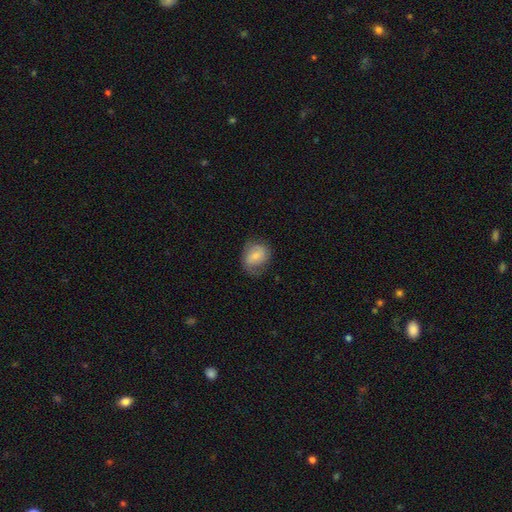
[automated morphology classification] Smooth or featured: smooth — 60% (featured or disk — 32%)
How rounded: round — 52% (in between — 47%)
Merging: none — 61% (minor disturbance — 26%)